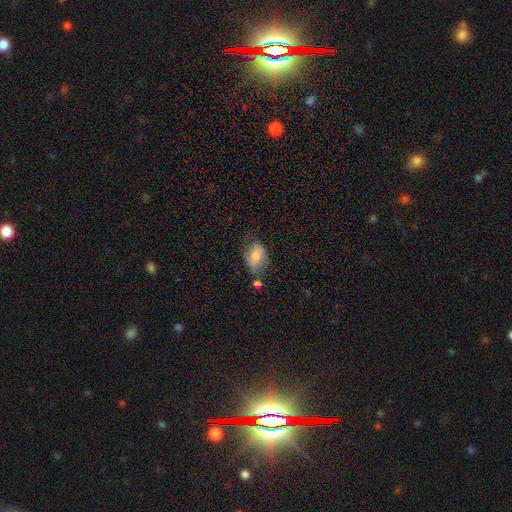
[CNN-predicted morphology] smooth-or-featured: smooth: 69% | featured or disk: 23% | star or artifact: 8%
  how-rounded: in between: 82% | round: 16% | cigar-shaped: 2%
  merging: none: 51% | minor disturbance: 29% | major disturbance: 11% | merger: 8%